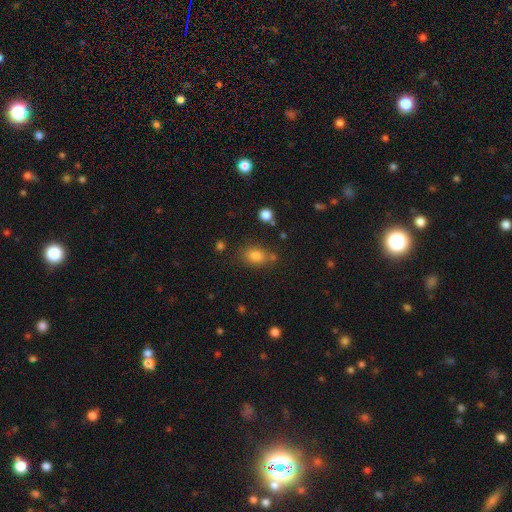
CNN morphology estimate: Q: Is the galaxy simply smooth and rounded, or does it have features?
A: smooth — 80%.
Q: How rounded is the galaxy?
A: in between — 72%.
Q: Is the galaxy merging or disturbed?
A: none — 69%.